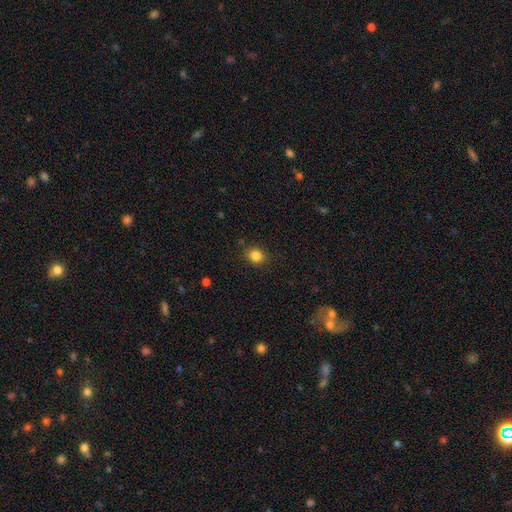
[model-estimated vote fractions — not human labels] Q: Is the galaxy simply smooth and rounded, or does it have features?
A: smooth — 84%.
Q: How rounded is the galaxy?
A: round — 76%.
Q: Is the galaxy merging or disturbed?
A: none — 87%.